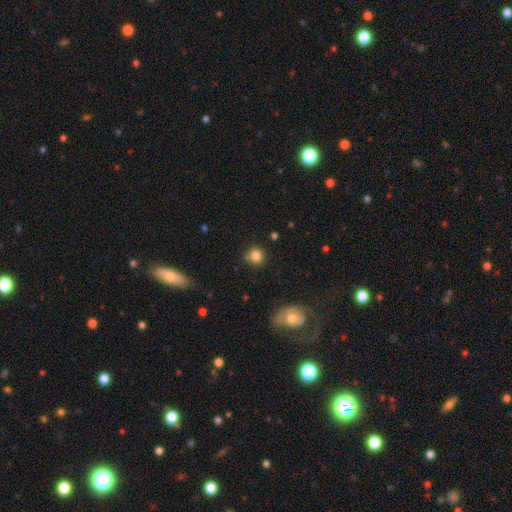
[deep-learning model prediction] A smooth galaxy with no disk features (82%) that is round (87%).

Vote fractions:
- Smooth or featured? smooth: 82% / star or artifact: 12% / featured or disk: 6%
- How rounded? round: 87% / in between: 12% / cigar-shaped: 1%
- Merging? none: 78% / minor disturbance: 13% / merger: 6% / major disturbance: 3%